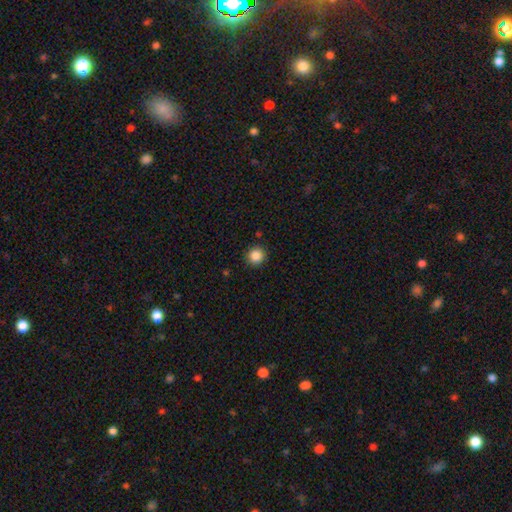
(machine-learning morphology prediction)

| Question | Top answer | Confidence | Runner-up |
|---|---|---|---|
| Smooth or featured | smooth | 86% | star or artifact (10%) |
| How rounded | round | 94% | in between (5%) |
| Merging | none | 91% | minor disturbance (6%) |